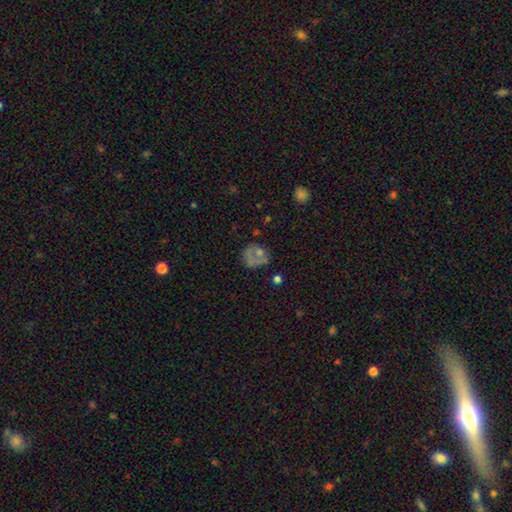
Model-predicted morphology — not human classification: This is possibly a smooth galaxy (60%). How rounded: likely round (73%). Merging: possibly none (46%).